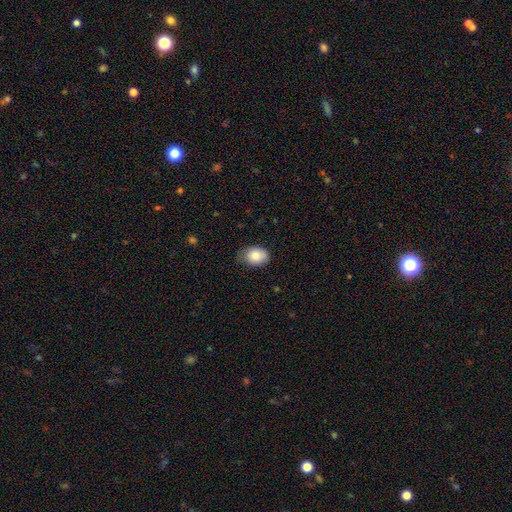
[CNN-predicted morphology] smooth 82%, featured or disk 9%, star or artifact 8%. Down the decision tree: how rounded — in between (71%); merging — none (69%).